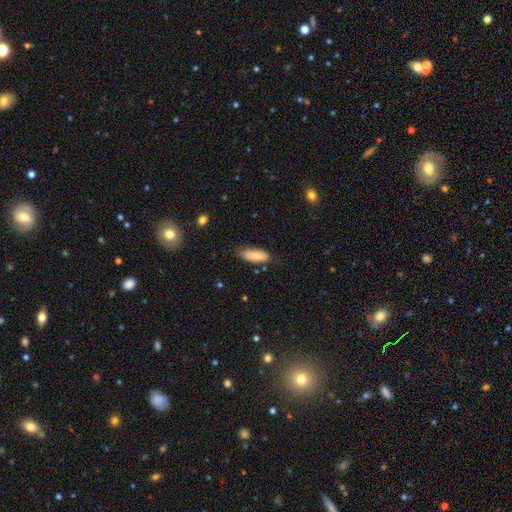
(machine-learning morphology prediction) Smooth or featured? Predicted: smooth (p=0.80). How rounded? Predicted: in between (p=0.77). Merging? Predicted: none (p=0.75).